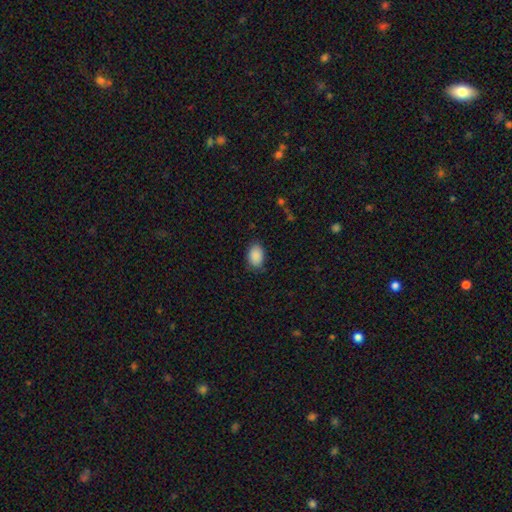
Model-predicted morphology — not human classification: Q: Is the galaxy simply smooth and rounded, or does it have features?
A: smooth — 90%.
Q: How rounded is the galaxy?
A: in between — 85%.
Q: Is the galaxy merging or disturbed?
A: none — 81%.